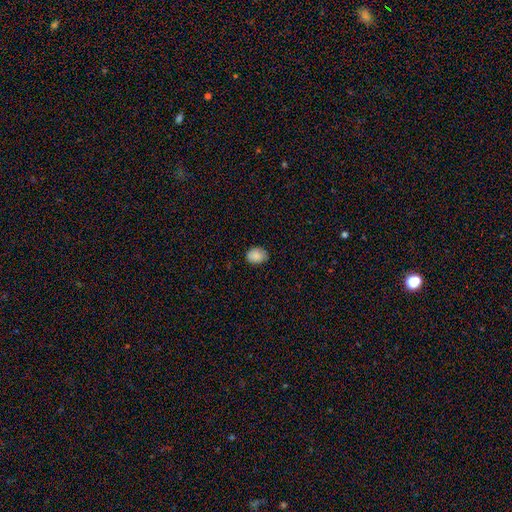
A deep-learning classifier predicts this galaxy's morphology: smooth_or_featured: smooth (p=0.88) [alt: star or artifact p=0.08]
how_rounded: in between (p=0.59) [alt: round p=0.40]
merging: none (p=0.81) [alt: minor disturbance p=0.16]